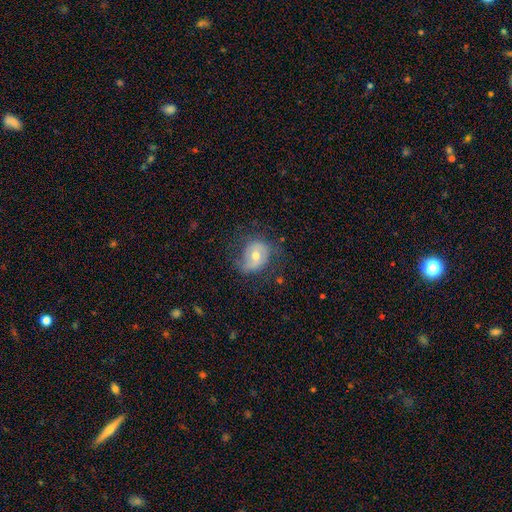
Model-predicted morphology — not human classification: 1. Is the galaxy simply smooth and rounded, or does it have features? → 49% featured or disk, 43% smooth, 8% star or artifact.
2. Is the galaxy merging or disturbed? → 55% none, 27% minor disturbance, 16% major disturbance, 2% merger.